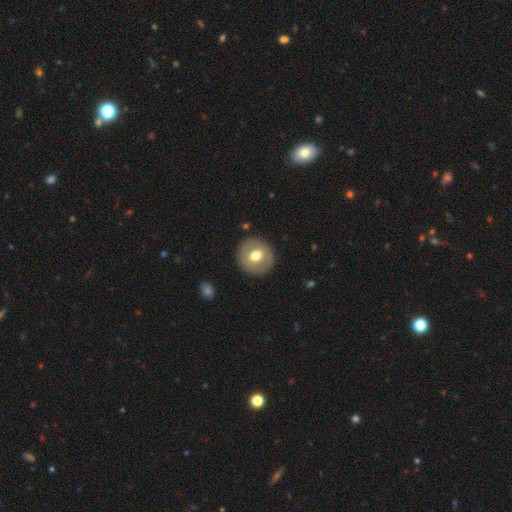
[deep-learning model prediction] This appears to be a smooth galaxy with no disk features (61%) that is round (89%). Merging: none (88%).